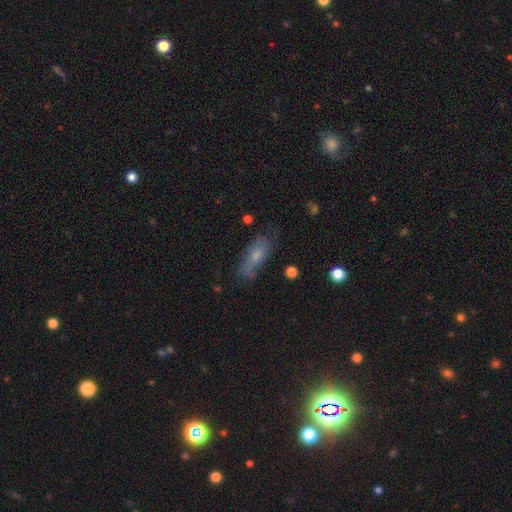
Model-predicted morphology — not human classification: Overall: smooth (57%; featured or disk 33%). How rounded: in between (60%; cigar-shaped 36%). Merging: none (57%; minor disturbance 27%).